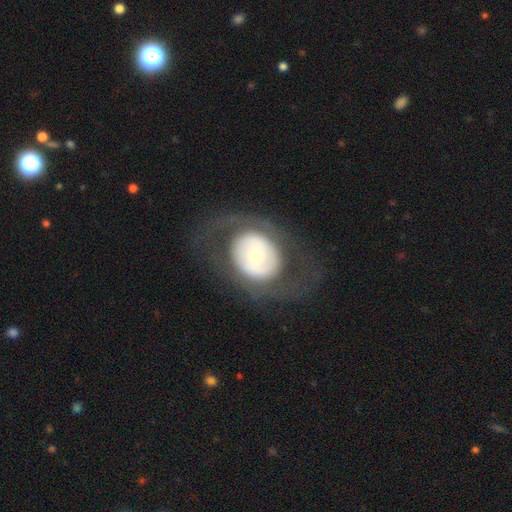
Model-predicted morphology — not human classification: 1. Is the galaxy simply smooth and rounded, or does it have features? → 58% featured or disk, 36% smooth, 6% star or artifact.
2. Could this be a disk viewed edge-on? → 93% no, 7% yes.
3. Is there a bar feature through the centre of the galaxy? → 78% no, 15% weak, 8% strong.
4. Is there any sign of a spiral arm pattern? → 74% no, 26% yes.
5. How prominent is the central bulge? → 48% moderate, 37% small, 10% large, 3% dominant, 1% none.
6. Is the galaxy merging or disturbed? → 69% none, 17% major disturbance, 12% minor disturbance, 1% merger.